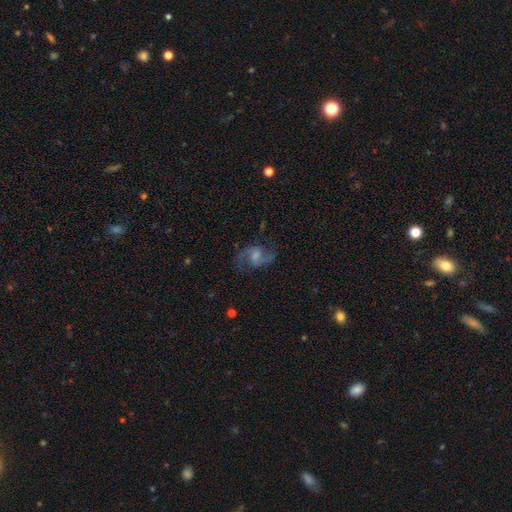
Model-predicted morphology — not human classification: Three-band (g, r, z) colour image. It shows a featured or disk galaxy (83%) with a weak bar (55%), 2 (92%) medium (52%) spiral arms (96%) and a moderate central bulge (36%). Merging: none (74%).